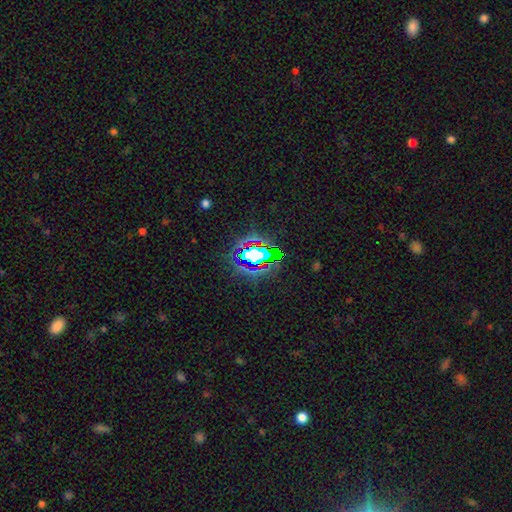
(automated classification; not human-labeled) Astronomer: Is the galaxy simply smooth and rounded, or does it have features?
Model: star or artifact — 68%.